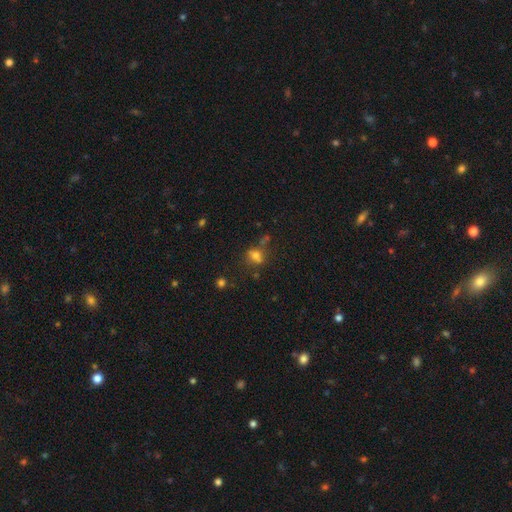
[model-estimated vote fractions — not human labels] Morphology: type=smooth (66%); roundness=round (54%); merging=none (53%).